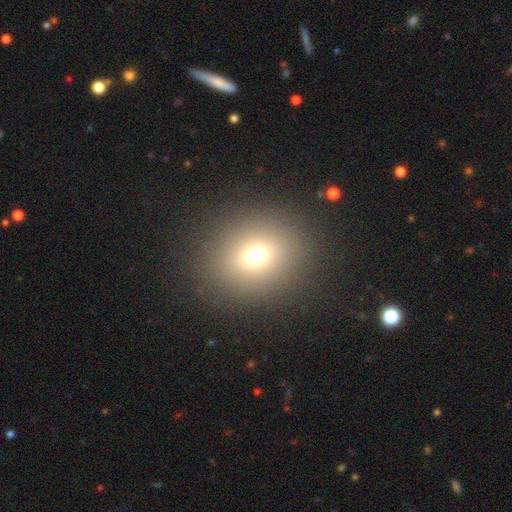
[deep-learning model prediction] This is likely a smooth galaxy (69%). How rounded: likely round (66%). Merging: clearly none (87%).